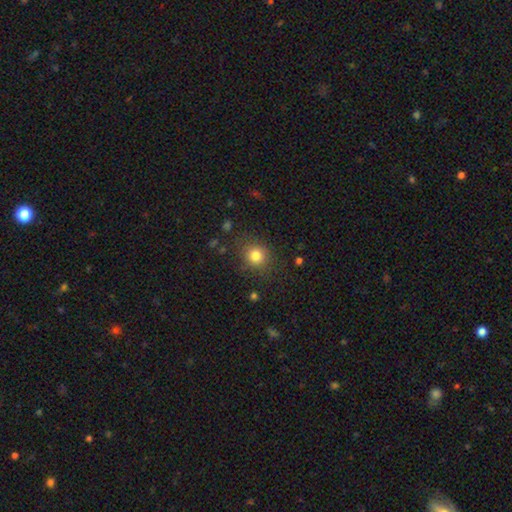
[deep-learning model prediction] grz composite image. It shows a smooth galaxy with no disk features (81%) that is round (82%). Merging: none (83%).